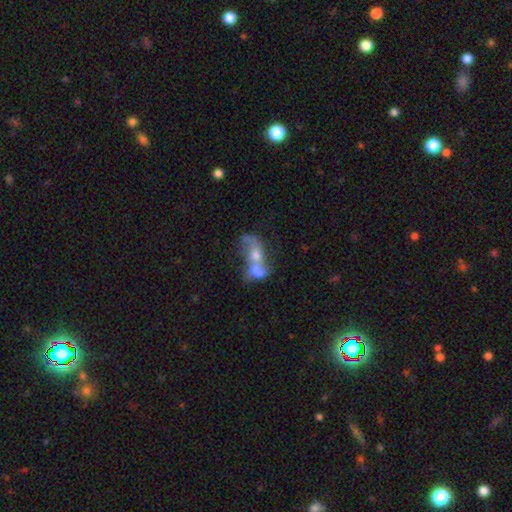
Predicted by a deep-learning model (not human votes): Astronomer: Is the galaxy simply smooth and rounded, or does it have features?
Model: featured or disk — 46% (runner-up: smooth, 41%).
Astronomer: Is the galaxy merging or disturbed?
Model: merger — 72%.